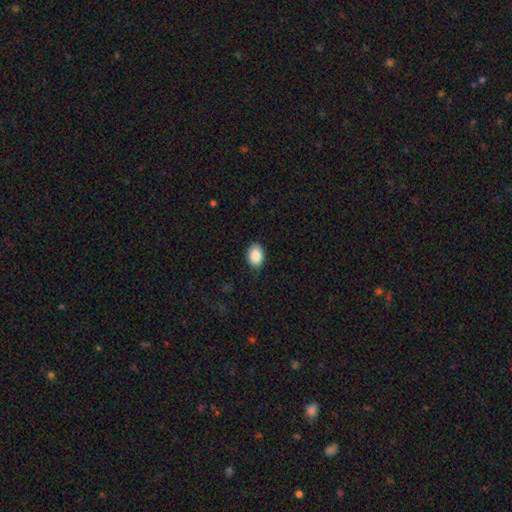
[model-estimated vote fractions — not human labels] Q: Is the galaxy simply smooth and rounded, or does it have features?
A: smooth — 89%.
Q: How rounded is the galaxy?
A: in between — 77%.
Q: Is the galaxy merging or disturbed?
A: none — 82%.